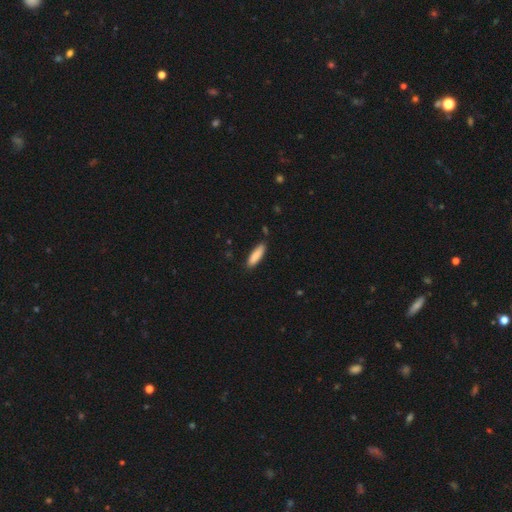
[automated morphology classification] The model was most divided on "how rounded": cigar-shaped: 61%, in between: 38%, round: 1%. More confident: smooth or featured — smooth (87%); merging — none (86%).